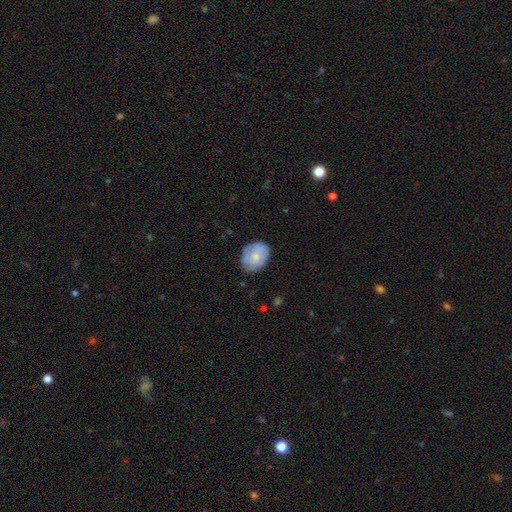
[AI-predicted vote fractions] smooth-or-featured: smooth: 56% | featured or disk: 37% | star or artifact: 7%
  how-rounded: in between: 52% | round: 47% | cigar-shaped: 1%
  merging: none: 72% | minor disturbance: 21% | major disturbance: 5% | merger: 1%